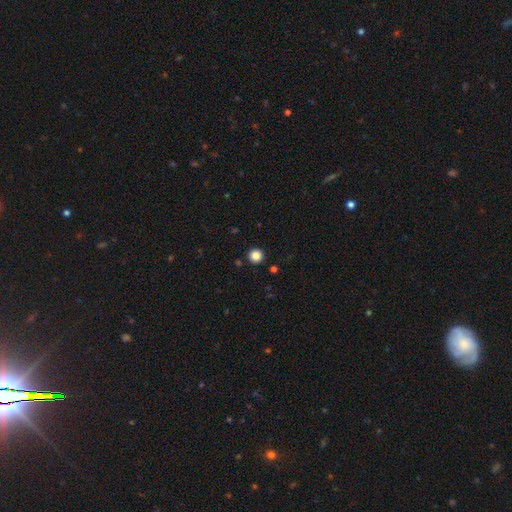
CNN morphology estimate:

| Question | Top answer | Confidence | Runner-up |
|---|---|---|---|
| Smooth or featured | smooth | 85% | star or artifact (11%) |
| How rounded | round | 95% | in between (4%) |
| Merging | none | 92% | minor disturbance (4%) |